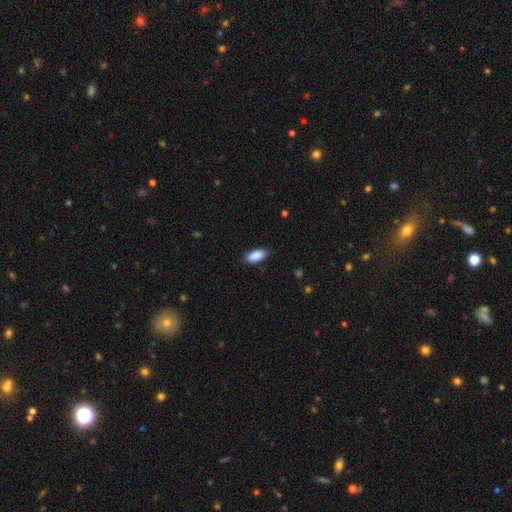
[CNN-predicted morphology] Overall: smooth (89%). How rounded: in between (86%). Merging: none (84%).